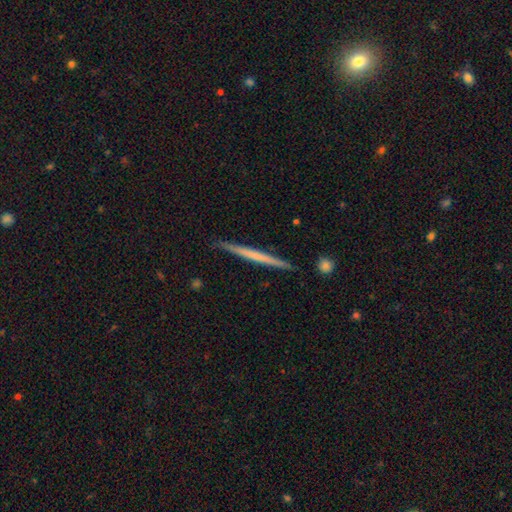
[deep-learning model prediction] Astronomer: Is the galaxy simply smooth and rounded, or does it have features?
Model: featured or disk — 49% (runner-up: smooth, 46%).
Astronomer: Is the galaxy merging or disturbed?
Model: none — 90%.